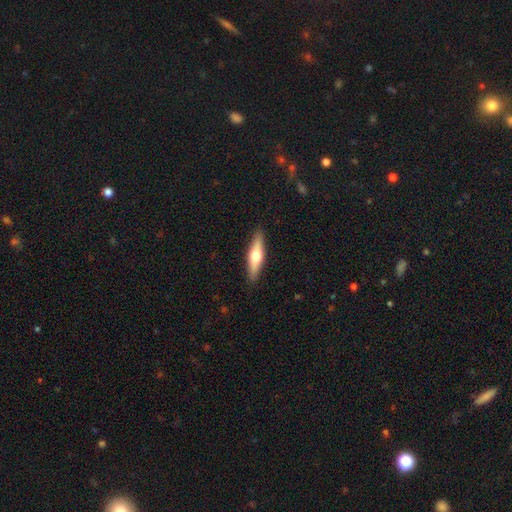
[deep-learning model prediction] Morphology: type=featured or disk (51%); edge-on=yes (92%); merging=none (90%).